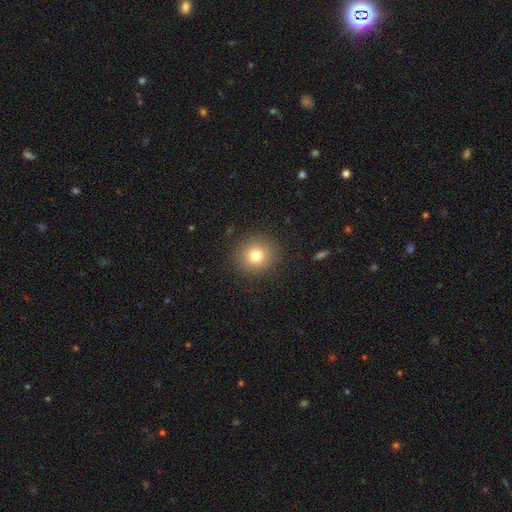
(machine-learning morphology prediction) Smooth or featured?
  - smooth: 79% *
  - star or artifact: 12%
  - featured or disk: 9%
How rounded?
  - round: 90% *
  - in between: 9%
  - cigar-shaped: 1%
Merging?
  - none: 89% *
  - minor disturbance: 7%
  - major disturbance: 3%
  - merger: 1%